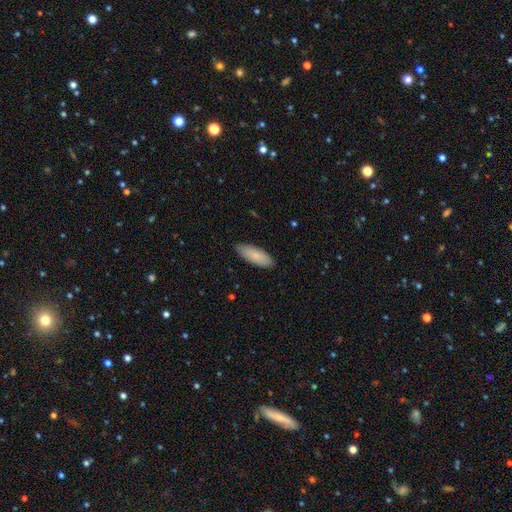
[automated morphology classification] This is clearly a smooth galaxy (85%). How rounded: likely in between (67%). Merging: clearly none (89%).